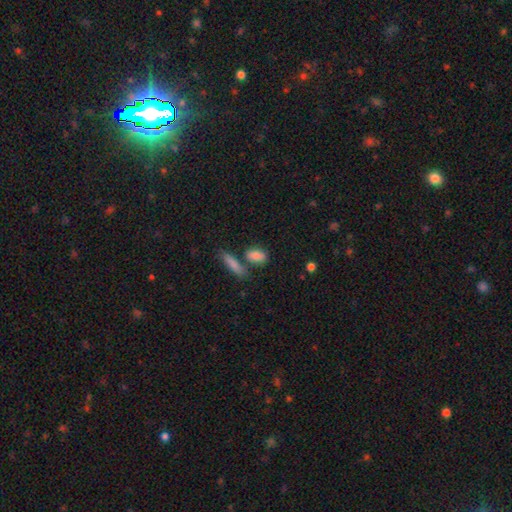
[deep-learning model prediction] This is clearly a smooth galaxy (82%). How rounded: likely in between (77%). Merging: likely none (63%).